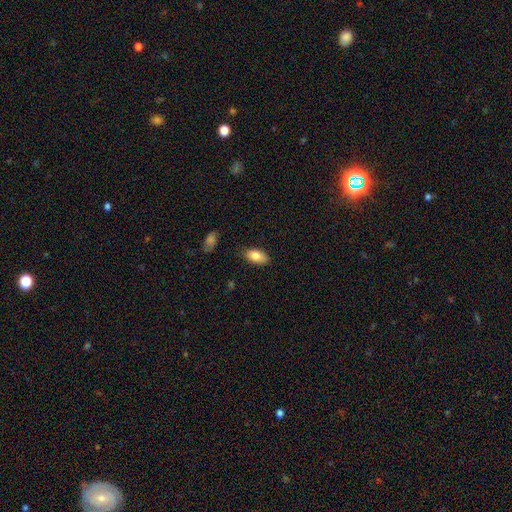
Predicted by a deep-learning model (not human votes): This is clearly a smooth galaxy (83%). How rounded: clearly in between (93%). Merging: clearly none (83%).